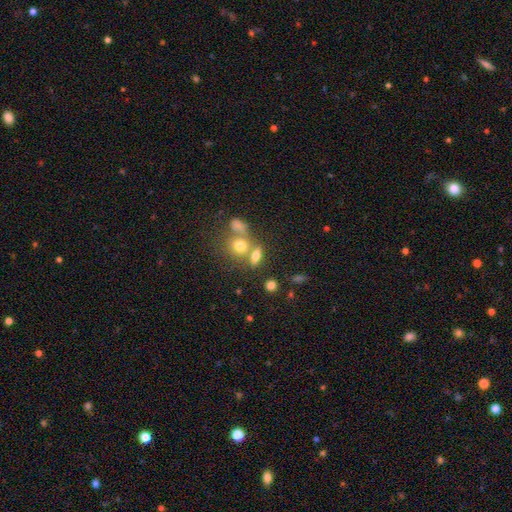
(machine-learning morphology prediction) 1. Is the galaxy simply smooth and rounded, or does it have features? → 70% smooth, 17% featured or disk, 14% star or artifact.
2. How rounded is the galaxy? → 61% in between, 28% round, 11% cigar-shaped.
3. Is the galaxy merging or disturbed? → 50% none, 33% merger, 11% minor disturbance, 6% major disturbance.